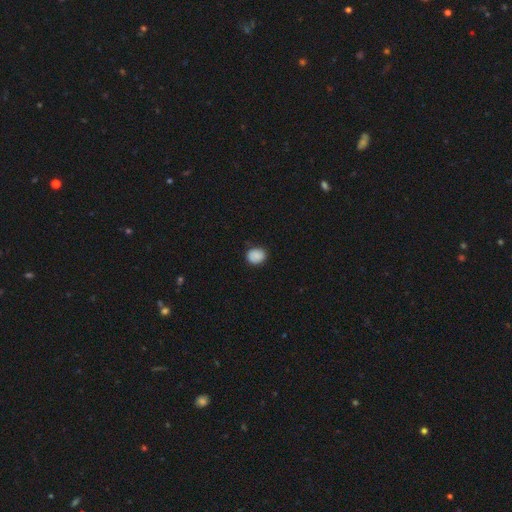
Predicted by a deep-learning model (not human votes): smooth 87%, star or artifact 9%, featured or disk 5%. Down the decision tree: how rounded — round (66%); merging — none (82%).